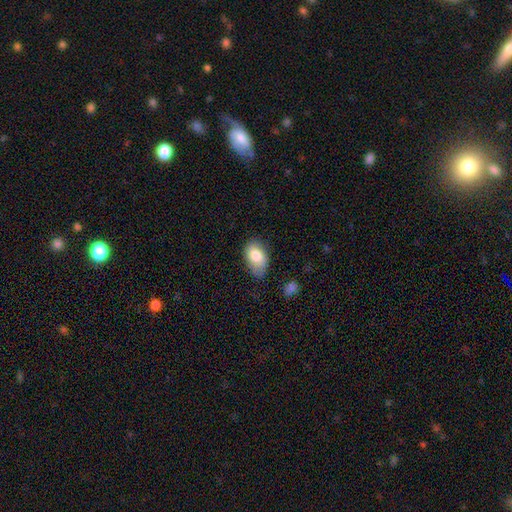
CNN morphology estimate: Q: Smooth or featured?
A: smooth (81%); runner-up: featured or disk (12%)
Q: How rounded?
A: in between (92%); runner-up: round (7%)
Q: Merging?
A: none (66%); runner-up: minor disturbance (27%)